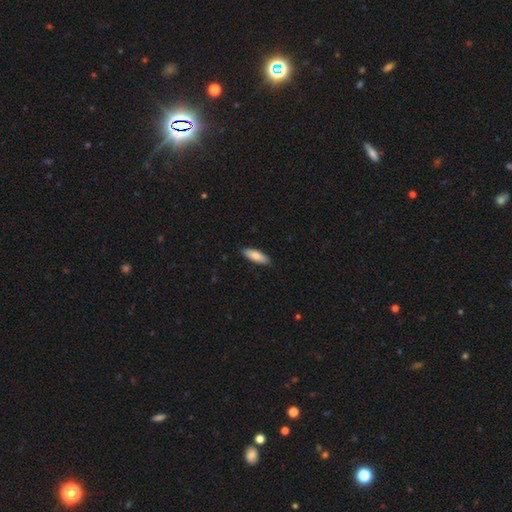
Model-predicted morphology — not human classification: Smooth or featured? smooth (80%)
How rounded? in between (57%)
Merging? none (88%)